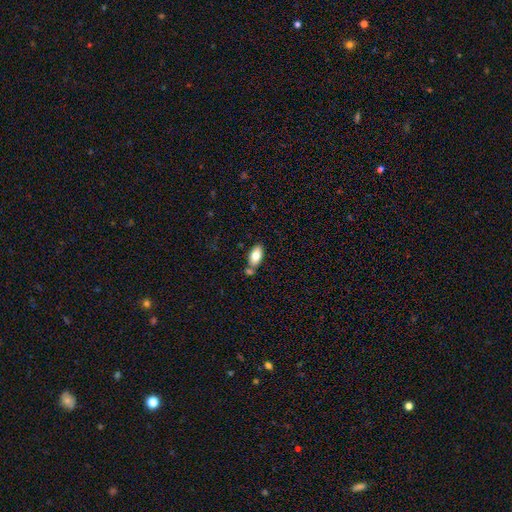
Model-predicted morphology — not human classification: smooth_or_featured: smooth (p=0.77) [alt: featured or disk p=0.16]
how_rounded: in between (p=0.93) [alt: cigar-shaped p=0.04]
merging: none (p=0.66) [alt: merger p=0.18]